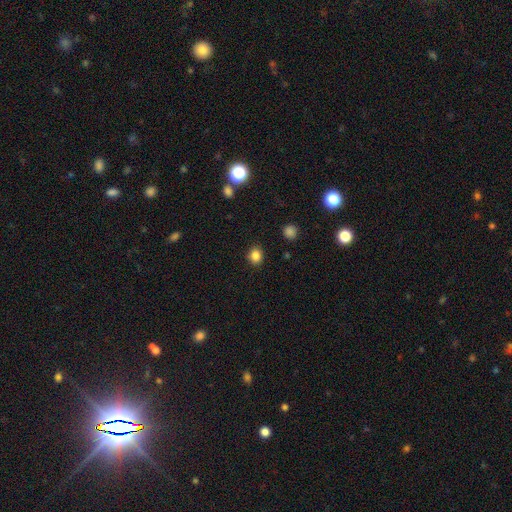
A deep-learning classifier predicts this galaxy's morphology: Smooth or featured? smooth (84%)
How rounded? round (70%)
Merging? none (89%)